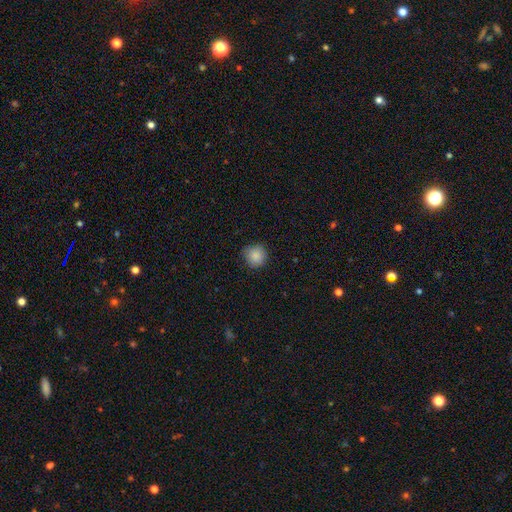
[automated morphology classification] The model was most divided on "merging": none: 83%, minor disturbance: 14%, major disturbance: 2%, merger: 1%. More confident: how rounded — round (93%); smooth or featured — smooth (86%).